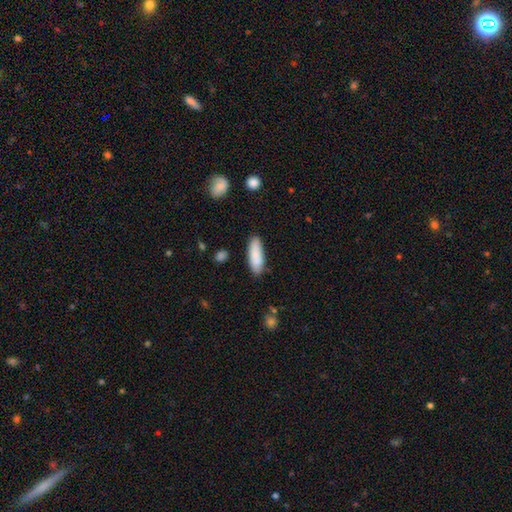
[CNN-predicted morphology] This is clearly a smooth galaxy (86%). How rounded: possibly in between (59%). Merging: clearly none (83%).